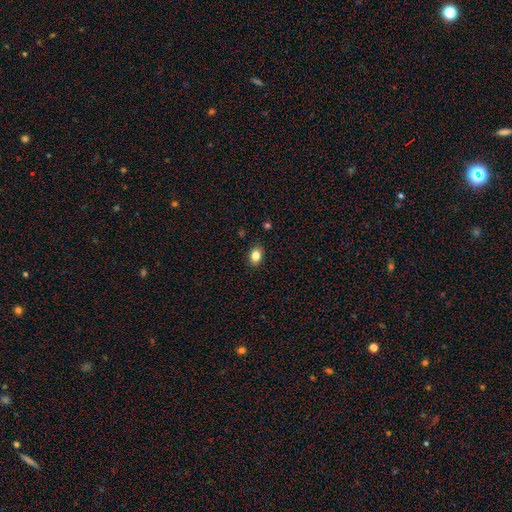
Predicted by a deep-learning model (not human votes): smooth_or_featured: smooth (p=0.84) [alt: star or artifact p=0.10]
how_rounded: in between (p=0.73) [alt: round p=0.26]
merging: none (p=0.89) [alt: minor disturbance p=0.08]